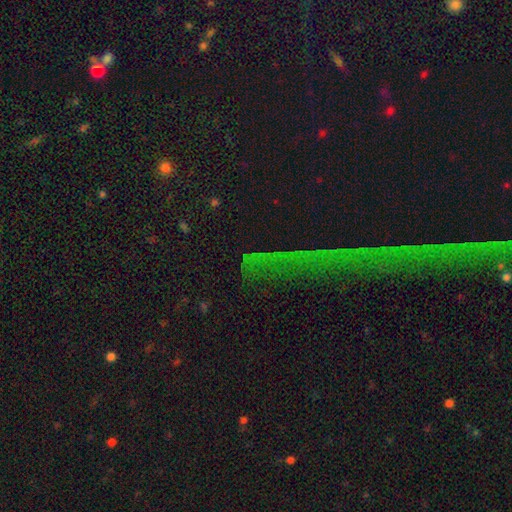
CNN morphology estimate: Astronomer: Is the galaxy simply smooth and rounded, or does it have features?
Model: star or artifact — 72%.